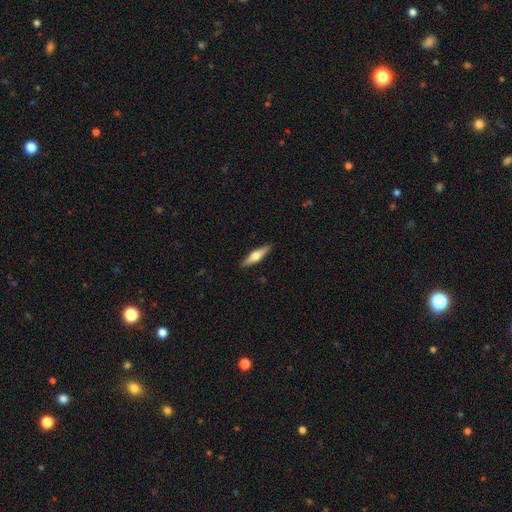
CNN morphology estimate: The model was most divided on "smooth or featured": featured or disk: 52%, smooth: 43%, star or artifact: 5%. More confident: edge-on disk — yes (95%); merging — none (91%).